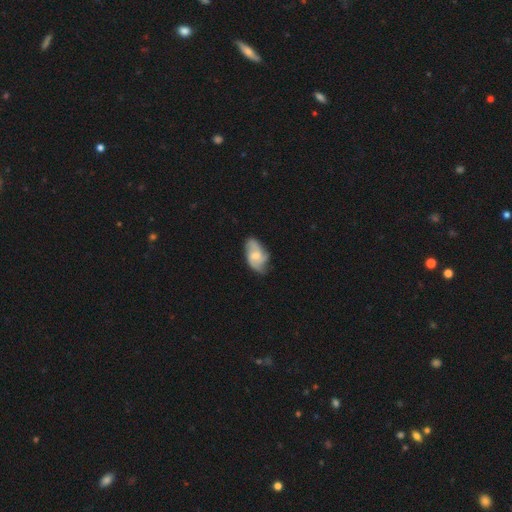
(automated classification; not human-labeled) The model was most divided on "bulge size": moderate: 44%, small: 42%, none: 9%, large: 4%, dominant: 1%. Remaining: edge-on disk — no (96%); spiral arms — yes (87%); smooth or featured — featured or disk (60%); merging — none (59%); bar — no (53%); spiral winding — medium (45%); spiral arm count — 2 (37%).